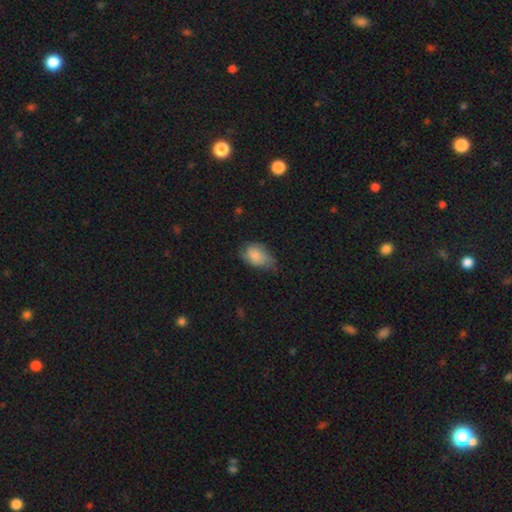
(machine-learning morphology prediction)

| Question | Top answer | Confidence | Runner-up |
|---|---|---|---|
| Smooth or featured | smooth | 78% | featured or disk (14%) |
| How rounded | in between | 87% | round (12%) |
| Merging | none | 42% | tied: minor disturbance (42%) |